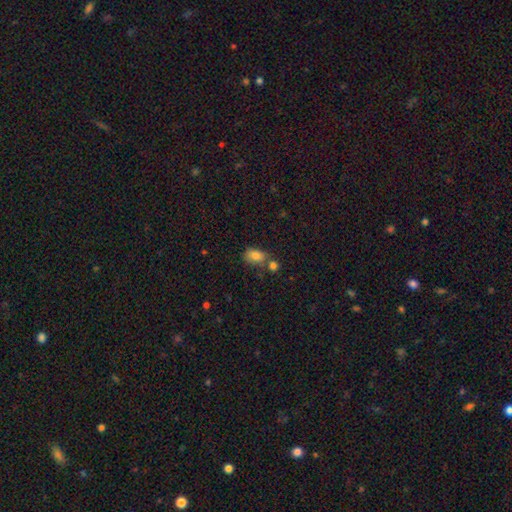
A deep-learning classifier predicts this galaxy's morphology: The model was most divided on "merging": none: 55%, merger: 24%, minor disturbance: 16%, major disturbance: 5%. More confident: how rounded — in between (82%); smooth or featured — smooth (81%).